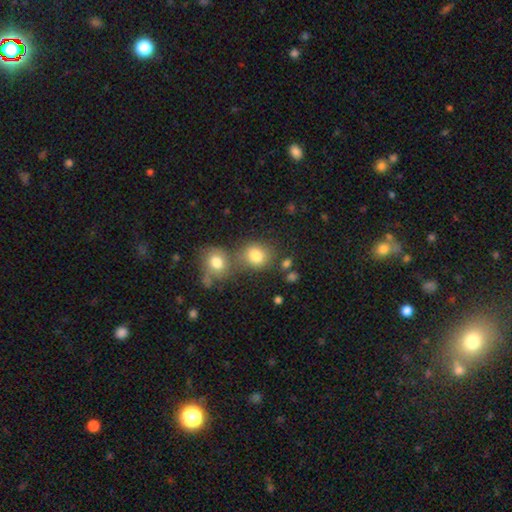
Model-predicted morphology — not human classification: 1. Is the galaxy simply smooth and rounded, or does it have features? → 80% smooth, 12% star or artifact, 8% featured or disk.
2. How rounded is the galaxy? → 77% round, 22% in between, 1% cigar-shaped.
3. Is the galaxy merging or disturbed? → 50% none, 37% merger, 9% minor disturbance, 4% major disturbance.